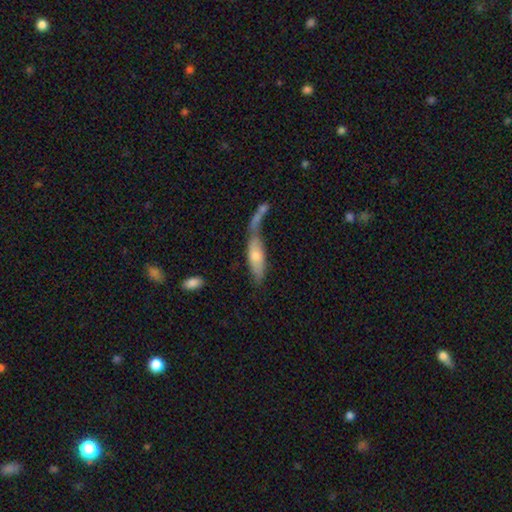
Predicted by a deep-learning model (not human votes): smooth 60%, featured or disk 33%, star or artifact 6%. Down the decision tree: how rounded — cigar-shaped (49%); merging — merger (37%).